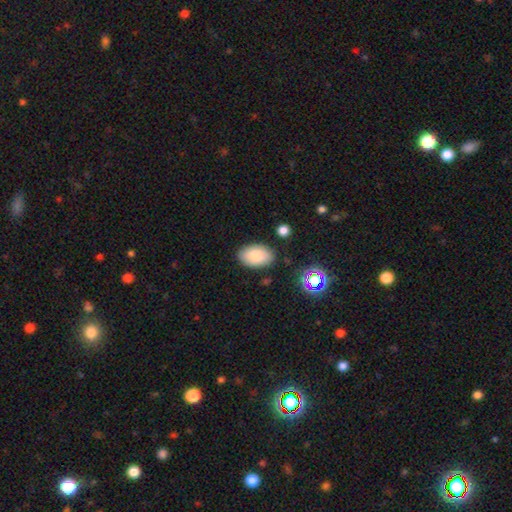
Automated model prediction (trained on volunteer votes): smooth 81%, featured or disk 10%, star or artifact 8%. Down the decision tree: how rounded — in between (92%); merging — none (83%).